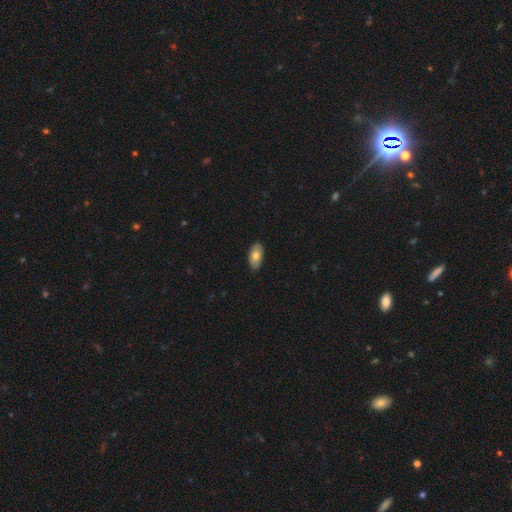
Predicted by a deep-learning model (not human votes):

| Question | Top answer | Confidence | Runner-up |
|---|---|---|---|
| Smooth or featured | smooth | 71% | featured or disk (23%) |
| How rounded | in between | 94% | cigar-shaped (3%) |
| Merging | none | 88% | minor disturbance (9%) |